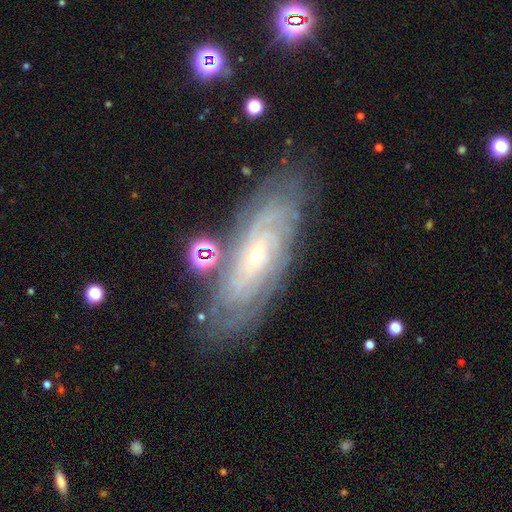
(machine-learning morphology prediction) Smooth or featured: featured or disk — 85% (smooth — 8%)
Edge-on disk: no — 90% (yes — 10%)
Bar: no — 68% (weak — 24%)
Spiral arms: yes — 96% (no — 4%)
Spiral winding: tight — 81% (medium — 16%)
Spiral arm count: can't tell — 42% (4 — 17%)
Bulge size: small — 73% (moderate — 24%)
Merging: none — 78% (minor disturbance — 14%)